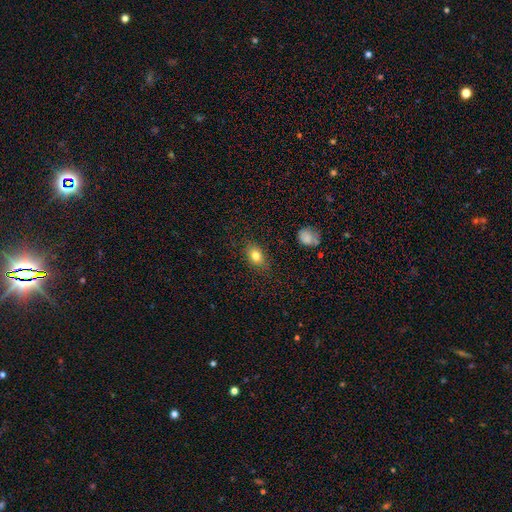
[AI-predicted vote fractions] Smooth or featured? Predicted: smooth (p=0.80). How rounded? Predicted: in between (p=0.75). Merging? Predicted: none (p=0.82).